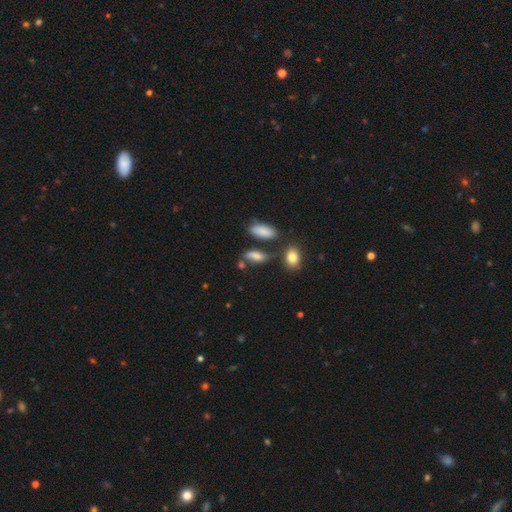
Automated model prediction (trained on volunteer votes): smooth_or_featured: smooth (p=0.74) [alt: featured or disk p=0.16]
how_rounded: in between (p=0.69) [alt: cigar-shaped p=0.26]
merging: none (p=0.61) [alt: minor disturbance p=0.18]